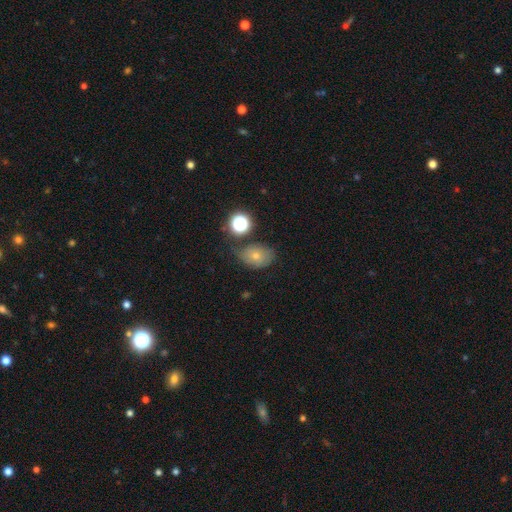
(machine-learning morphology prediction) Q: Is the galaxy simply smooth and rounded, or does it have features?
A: smooth — 65%.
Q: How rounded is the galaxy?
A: in between — 65%.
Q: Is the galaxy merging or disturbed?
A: none — 55%.